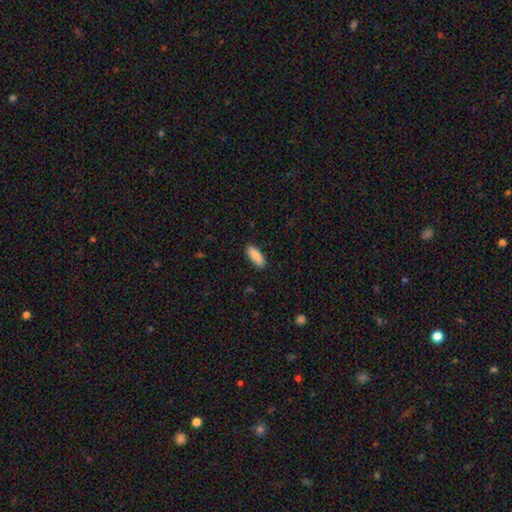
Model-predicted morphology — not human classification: smooth 86%, featured or disk 8%, star or artifact 6%. Down the decision tree: how rounded — in between (65%); merging — none (88%).